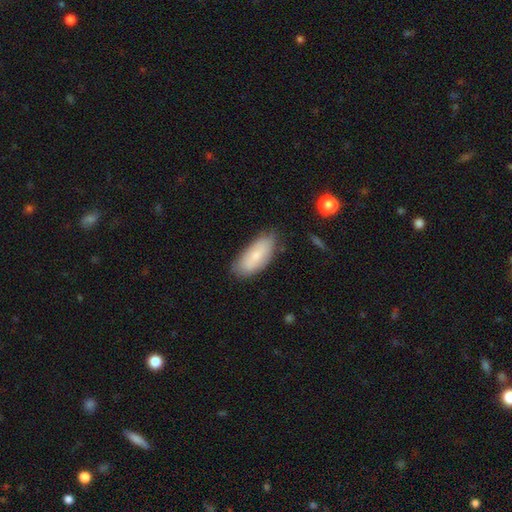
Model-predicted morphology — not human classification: smooth_or_featured: smooth (p=0.72) [alt: featured or disk p=0.21]
how_rounded: in between (p=0.87) [alt: cigar-shaped p=0.11]
merging: none (p=0.74) [alt: minor disturbance p=0.20]